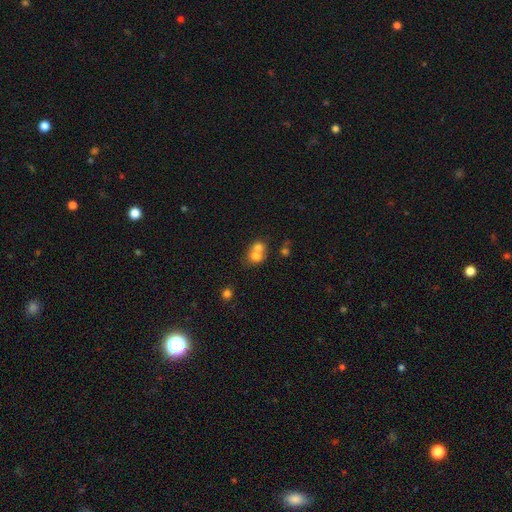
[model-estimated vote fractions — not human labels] A smooth galaxy with no disk features (70%) that is round (69%). Merging: merger (67%).